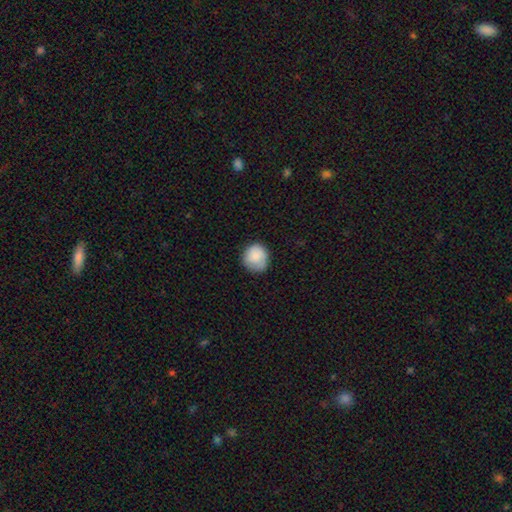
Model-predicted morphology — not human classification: This is clearly a smooth galaxy (85%). How rounded: clearly round (84%). Merging: likely none (73%).